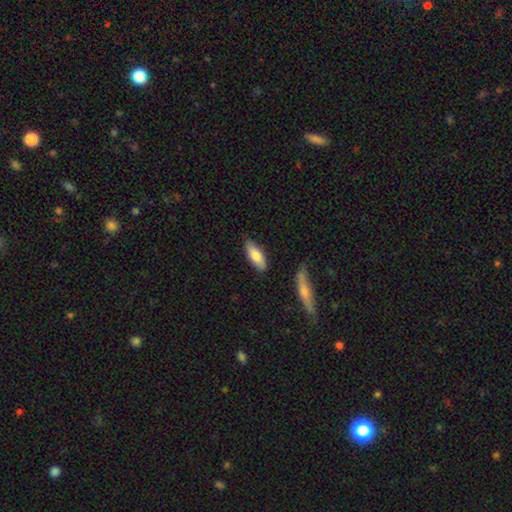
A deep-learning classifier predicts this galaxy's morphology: Overall: smooth (81%). How rounded: in between (67%; cigar-shaped 31%). Merging: none (83%).